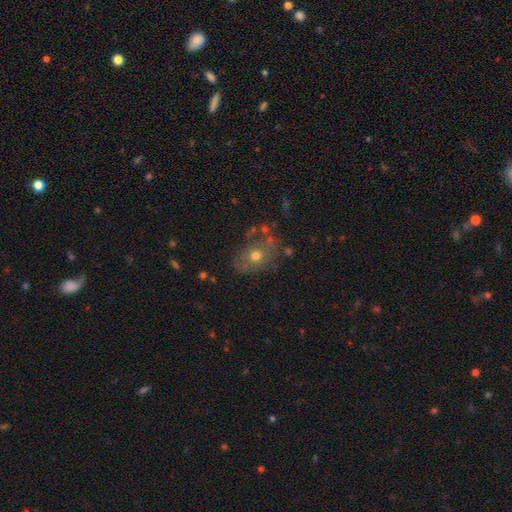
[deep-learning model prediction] smooth-or-featured: smooth: 55% | featured or disk: 33% | star or artifact: 12%
  how-rounded: in between: 66% | round: 33% | cigar-shaped: 2%
  merging: none: 57% | minor disturbance: 24% | major disturbance: 12% | merger: 7%